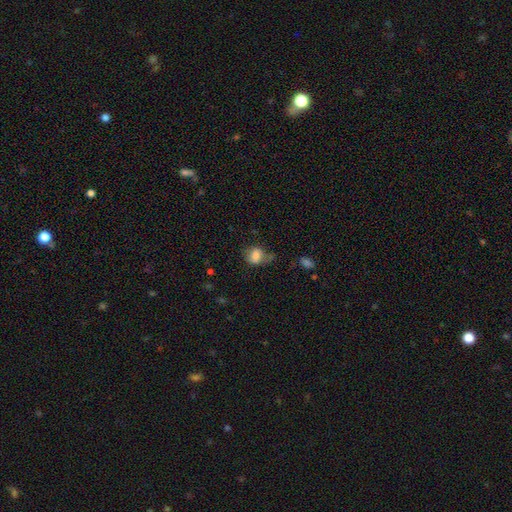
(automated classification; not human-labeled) Smooth or featured? smooth (76%)
How rounded? round (55%)
Merging? none (47%)